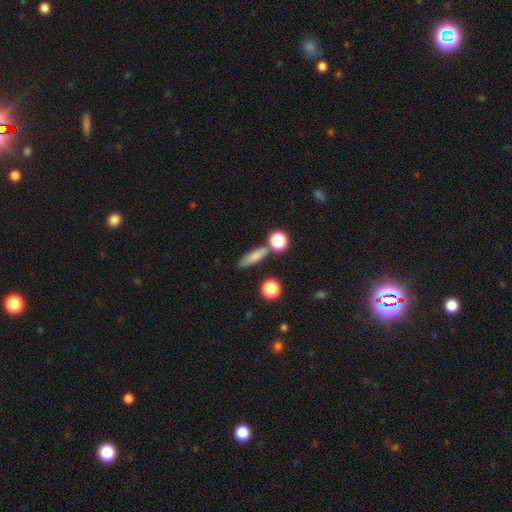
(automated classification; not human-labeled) Morphology: type=smooth (76%); roundness=cigar-shaped (51%); merging=none (71%).